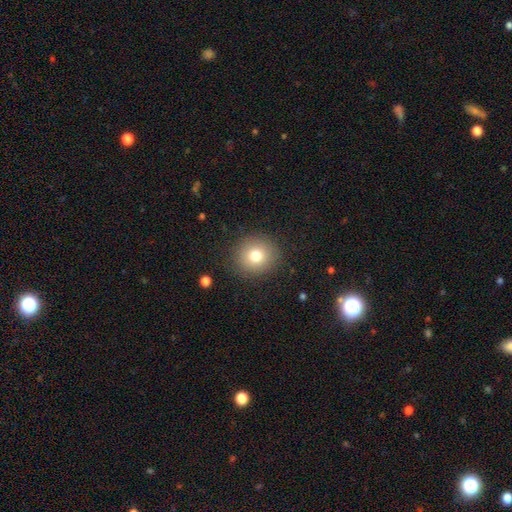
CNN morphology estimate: A smooth galaxy with no disk features (78%) that is round (90%). Merging: none (88%).